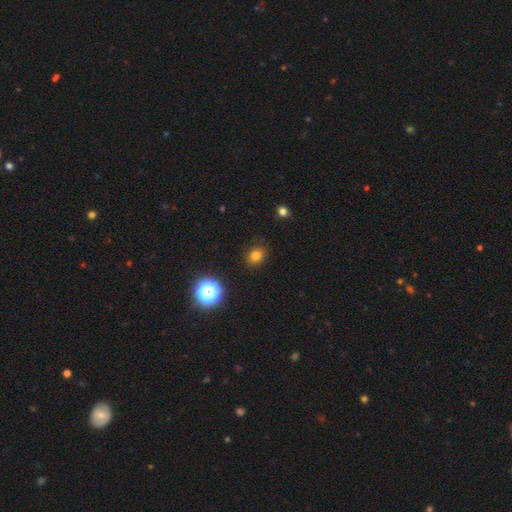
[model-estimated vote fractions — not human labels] A smooth galaxy with no disk features (79%) that is round (69%). Merging: none (88%).